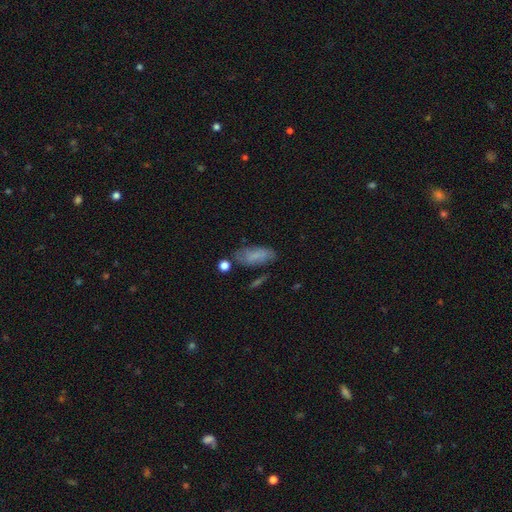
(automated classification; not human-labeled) Morphology: type=smooth (70%); roundness=in between (83%); merging=none (63%).